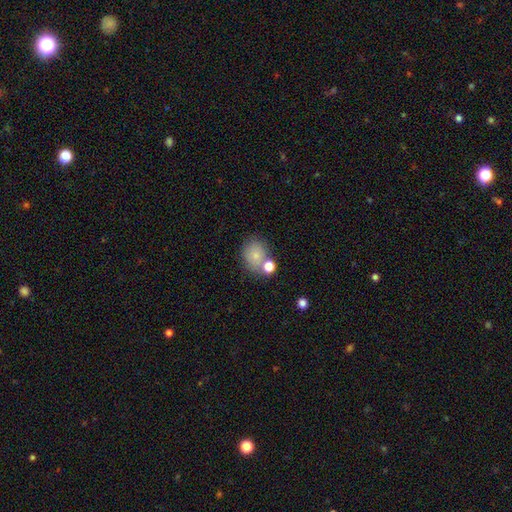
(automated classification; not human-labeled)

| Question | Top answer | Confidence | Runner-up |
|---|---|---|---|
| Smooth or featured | smooth | 79% | star or artifact (11%) |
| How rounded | round | 62% | in between (37%) |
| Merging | none | 60% | merger (21%) |